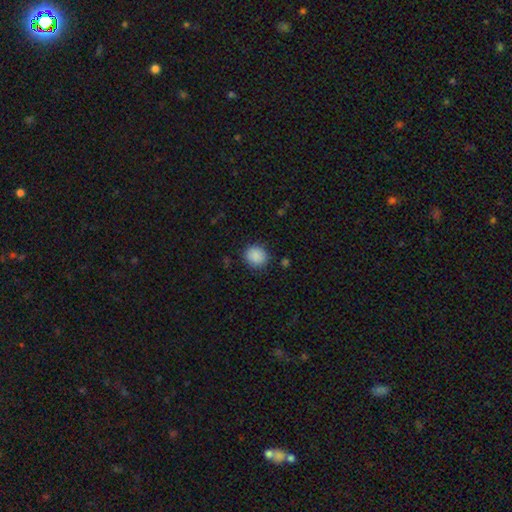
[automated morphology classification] Smooth or featured?
  - smooth: 88% *
  - star or artifact: 8%
  - featured or disk: 3%
How rounded?
  - round: 78% *
  - in between: 21%
  - cigar-shaped: 1%
Merging?
  - none: 85% *
  - minor disturbance: 11%
  - major disturbance: 3%
  - merger: 1%